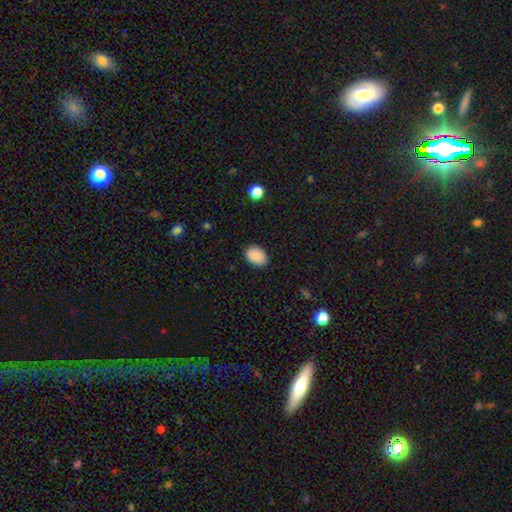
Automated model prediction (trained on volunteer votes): A smooth galaxy with no disk features (90%) that is in between round and cigar-shaped (79%). Merging: none (86%).